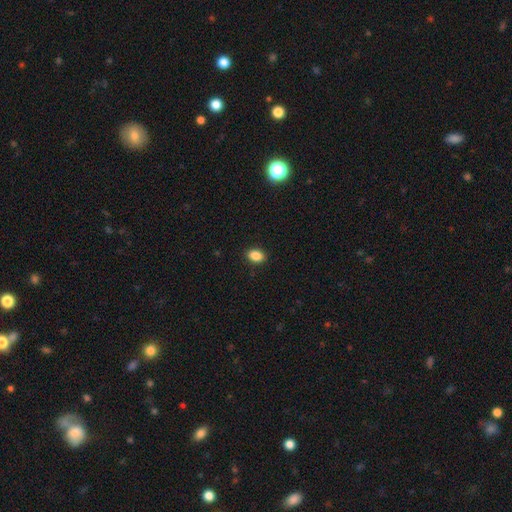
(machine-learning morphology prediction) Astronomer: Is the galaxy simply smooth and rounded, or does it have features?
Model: smooth — 88%.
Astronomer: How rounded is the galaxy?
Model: in between — 81%.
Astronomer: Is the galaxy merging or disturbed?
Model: none — 90%.